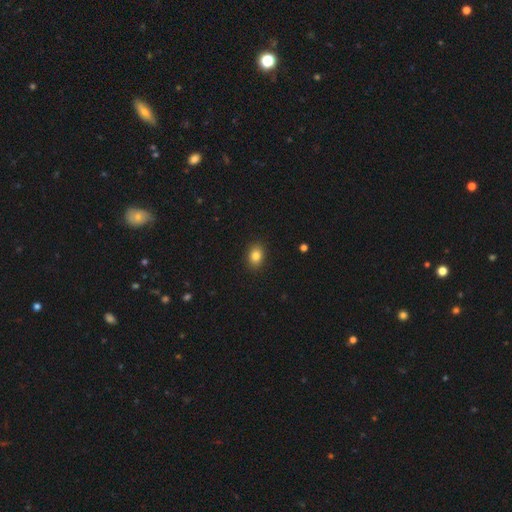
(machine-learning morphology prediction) smooth 84%, star or artifact 10%, featured or disk 6%. Down the decision tree: how rounded — in between (65%); merging — none (89%).